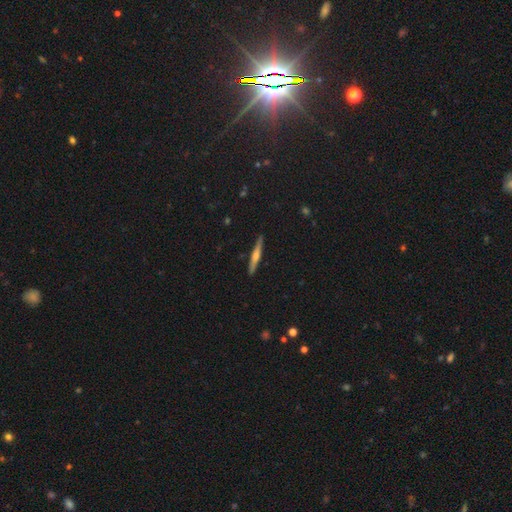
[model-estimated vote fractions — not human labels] This appears to be a featured or disk galaxy (58%) viewed edge-on (97%) with a rounded central bulge (78%). Merging: none (91%).